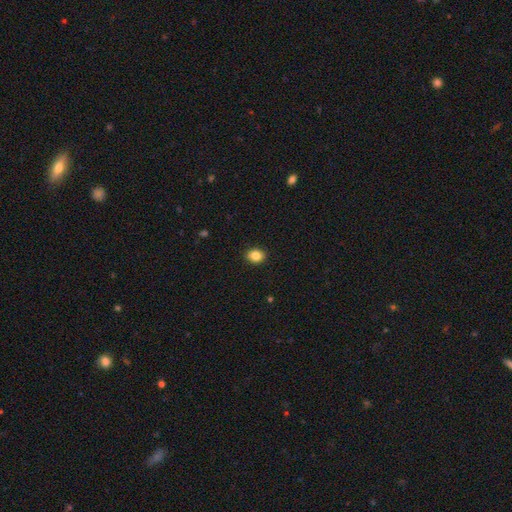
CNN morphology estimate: This is clearly a smooth galaxy (85%). How rounded: possibly in between (51%). Merging: clearly none (91%).